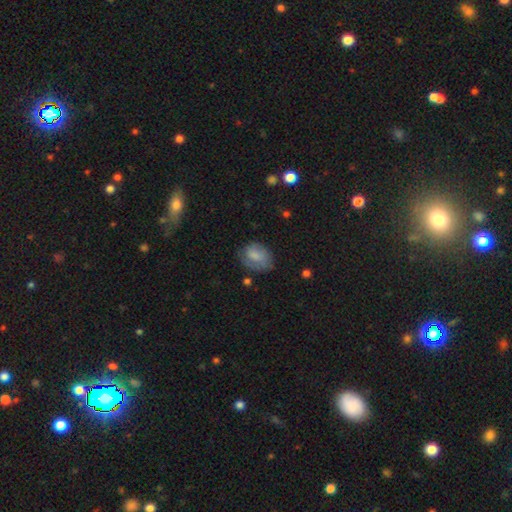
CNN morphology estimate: Q: Smooth or featured?
A: smooth (73%); runner-up: featured or disk (19%)
Q: How rounded?
A: in between (64%); runner-up: round (35%)
Q: Merging?
A: none (57%); runner-up: minor disturbance (28%)